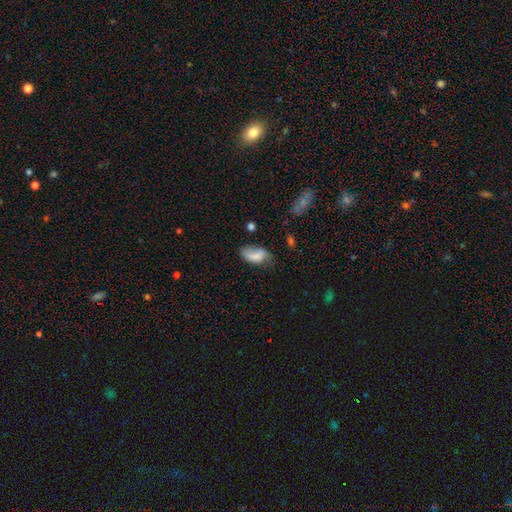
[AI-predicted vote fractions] Smooth or featured? smooth (69%)
How rounded? in between (92%)
Merging? none (44%)